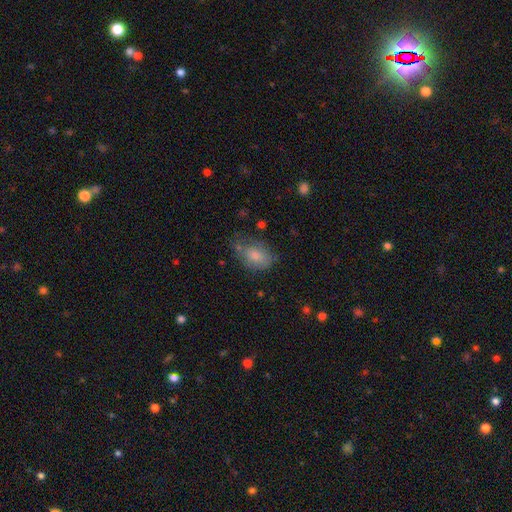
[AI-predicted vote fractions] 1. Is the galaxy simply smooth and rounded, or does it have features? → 79% smooth, 13% featured or disk, 8% star or artifact.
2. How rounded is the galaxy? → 84% in between, 15% round, 2% cigar-shaped.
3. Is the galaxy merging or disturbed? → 52% none, 30% minor disturbance, 12% major disturbance, 6% merger.